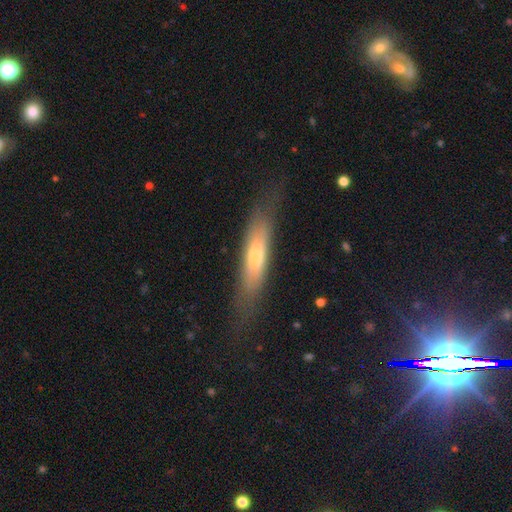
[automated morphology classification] A smooth galaxy with no disk features (53%) that is cigar-shaped (76%). Merging: none (69%).